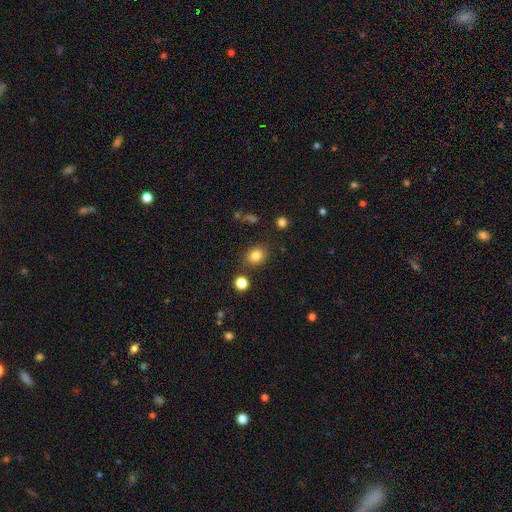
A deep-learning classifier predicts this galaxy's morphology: Smooth or featured: smooth — 82% (star or artifact — 12%)
How rounded: round — 64% (in between — 35%)
Merging: none — 83% (minor disturbance — 10%)